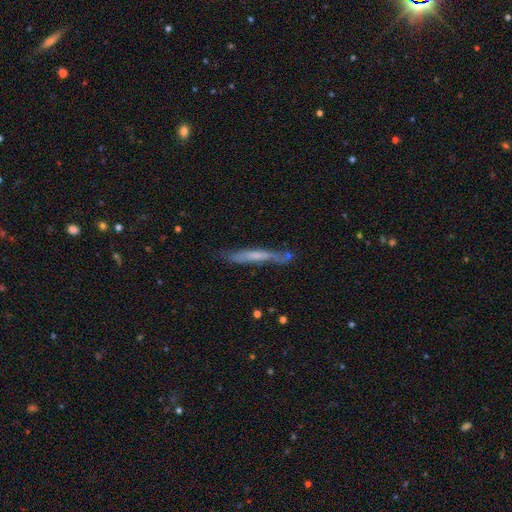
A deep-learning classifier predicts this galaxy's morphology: smooth-or-featured: smooth: 47% | featured or disk: 46% | star or artifact: 7%
  merging: none: 64% | minor disturbance: 23% | major disturbance: 7% | merger: 6%